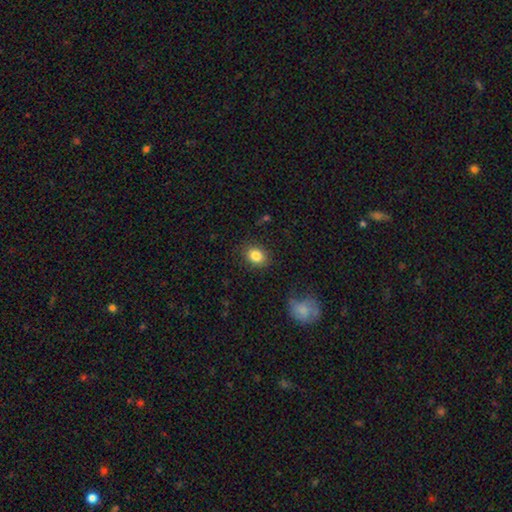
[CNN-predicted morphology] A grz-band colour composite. It shows a smooth galaxy with no disk features (84%) that is in between round and cigar-shaped (57%). Merging: none (84%).